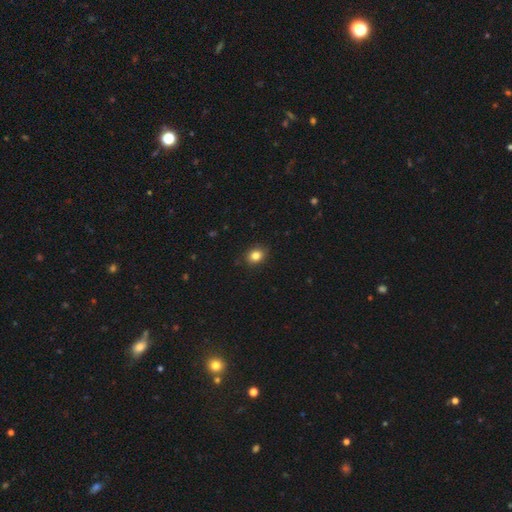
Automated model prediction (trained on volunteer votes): Smooth or featured? smooth (84%)
How rounded? round (53%)
Merging? none (87%)